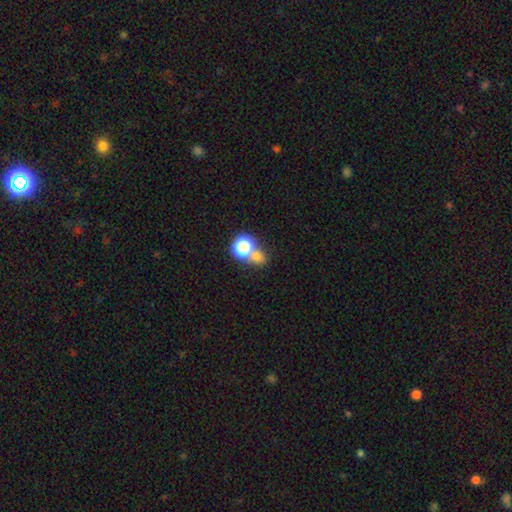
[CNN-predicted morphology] smooth-or-featured: smooth: 63% | star or artifact: 28% | featured or disk: 9%
  how-rounded: round: 72% | in between: 27% | cigar-shaped: 1%
  merging: none: 49% | merger: 39% | minor disturbance: 8% | major disturbance: 4%